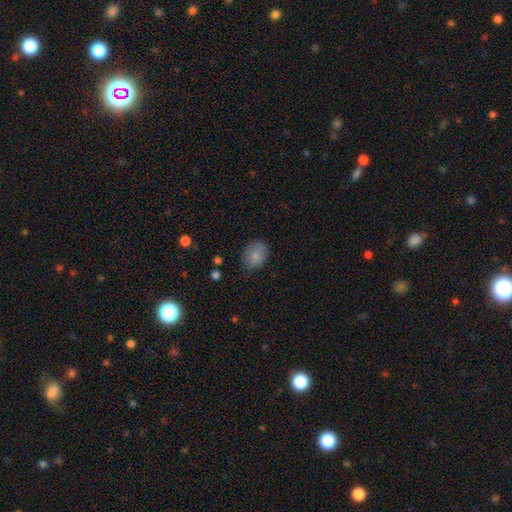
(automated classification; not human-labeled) Q: Smooth or featured?
A: smooth (85%); runner-up: star or artifact (8%)
Q: How rounded?
A: in between (60%); runner-up: round (39%)
Q: Merging?
A: none (78%); runner-up: minor disturbance (17%)